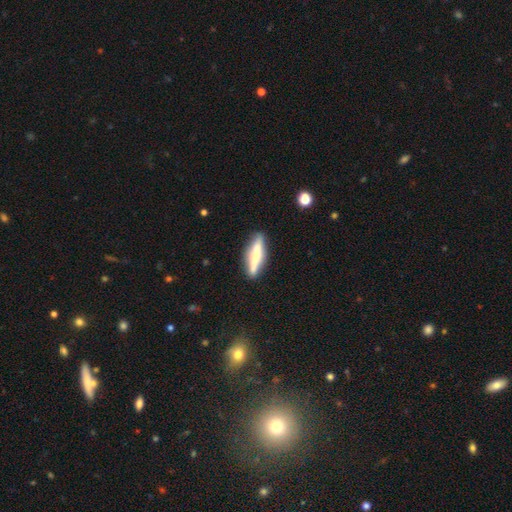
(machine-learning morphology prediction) Smooth or featured: smooth — 50% (featured or disk — 44%)
Merging: none — 86% (minor disturbance — 10%)